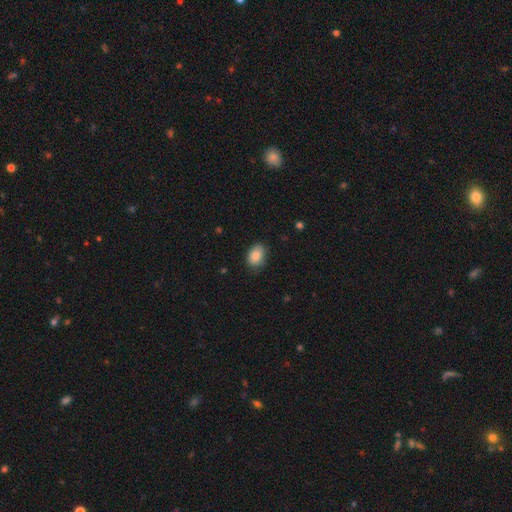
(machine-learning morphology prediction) smooth 85%, star or artifact 7%, featured or disk 7%. Down the decision tree: how rounded — in between (82%); merging — none (78%).